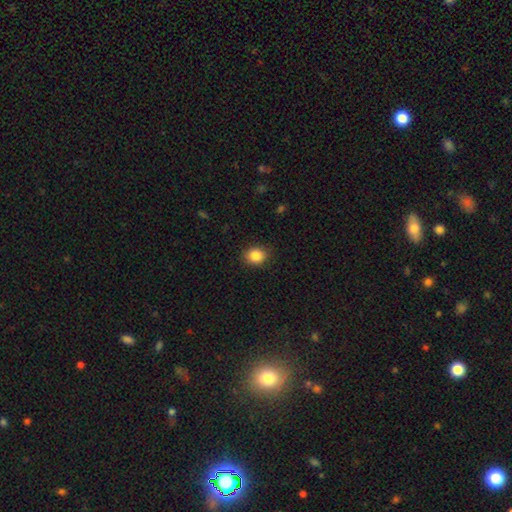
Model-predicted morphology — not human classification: Smooth or featured? Predicted: smooth (p=0.86). How rounded? Predicted: round (p=0.62). Merging? Predicted: none (p=0.88).